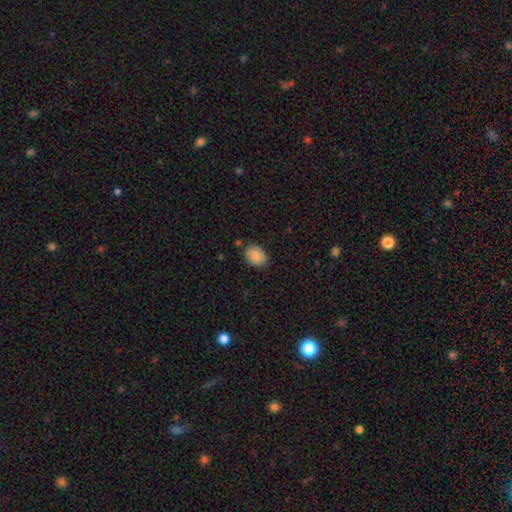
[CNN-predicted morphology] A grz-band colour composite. It shows a smooth galaxy with no disk features (88%) that is in between round and cigar-shaped (66%). Merging: none (83%).